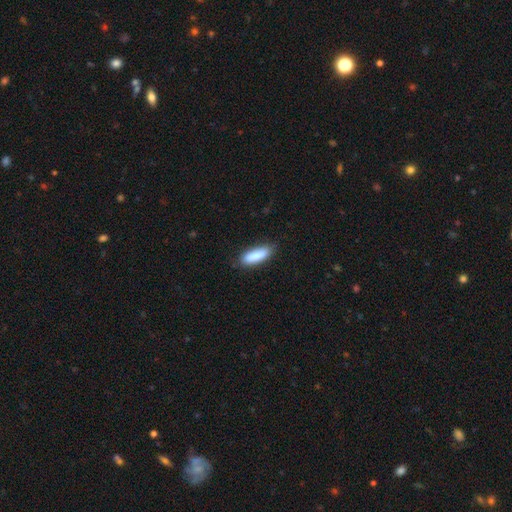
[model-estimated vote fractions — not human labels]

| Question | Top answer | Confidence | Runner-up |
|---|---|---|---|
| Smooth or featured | smooth | 86% | featured or disk (8%) |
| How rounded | cigar-shaped | 56% | in between (42%) |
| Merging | none | 82% | minor disturbance (14%) |